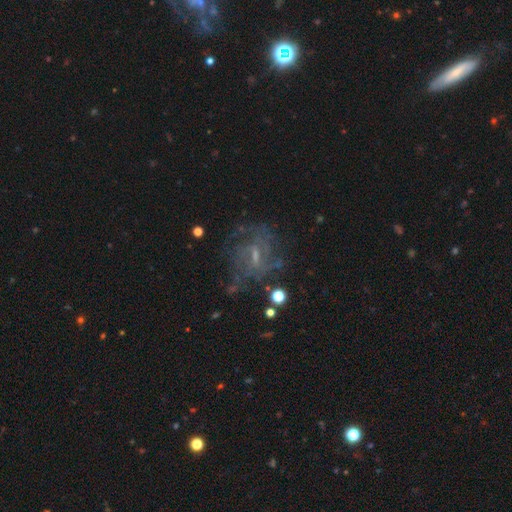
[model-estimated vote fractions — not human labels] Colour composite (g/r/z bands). It shows a featured or disk galaxy (71%) with a weak bar (55%), medium (43%) spiral arms (76%) and a small central bulge (54%). Merging: none (59%).